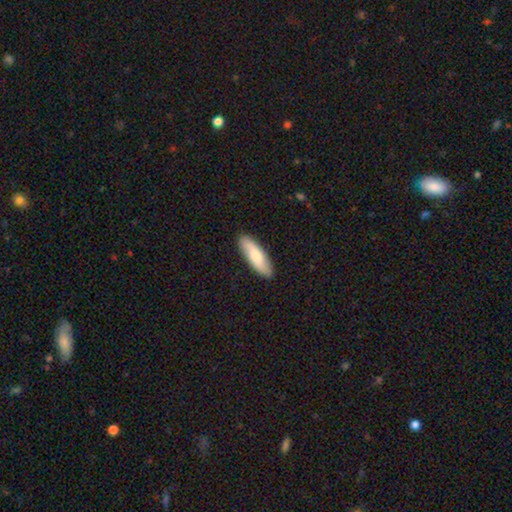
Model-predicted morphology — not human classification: This appears to be a smooth galaxy with no disk features (71%) that is cigar-shaped (51%). Merging: none (89%).